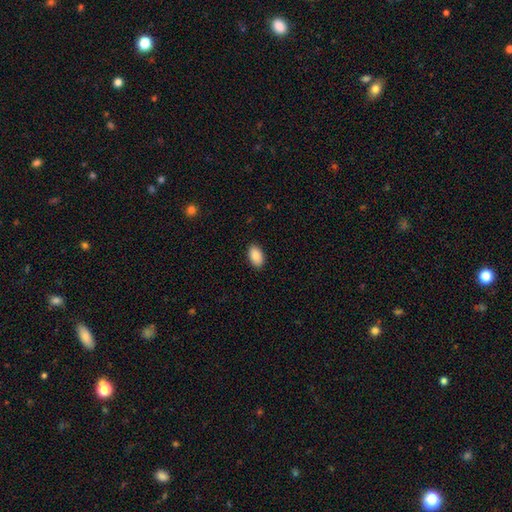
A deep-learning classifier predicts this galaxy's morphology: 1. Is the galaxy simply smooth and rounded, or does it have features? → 90% smooth, 7% star or artifact, 3% featured or disk.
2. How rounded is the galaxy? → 94% in between, 5% round, 2% cigar-shaped.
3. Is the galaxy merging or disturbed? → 90% none, 7% minor disturbance, 2% major disturbance, 1% merger.